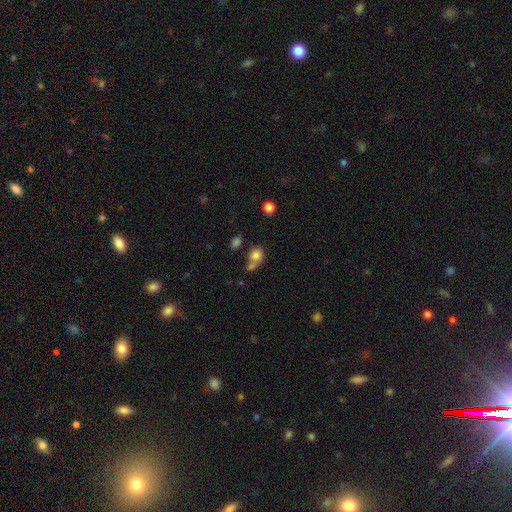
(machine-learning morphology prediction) A smooth galaxy with no disk features (79%) that is round (65%).

Vote fractions:
- Smooth or featured? smooth: 79% / star or artifact: 12% / featured or disk: 10%
- How rounded? round: 65% / in between: 34% / cigar-shaped: 1%
- Merging? none: 43% / merger: 36% / minor disturbance: 14% / major disturbance: 7%